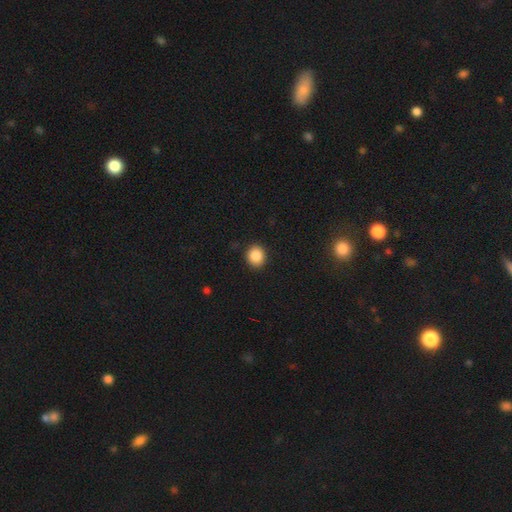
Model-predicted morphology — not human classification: Smooth or featured? smooth (87%)
How rounded? round (75%)
Merging? none (90%)